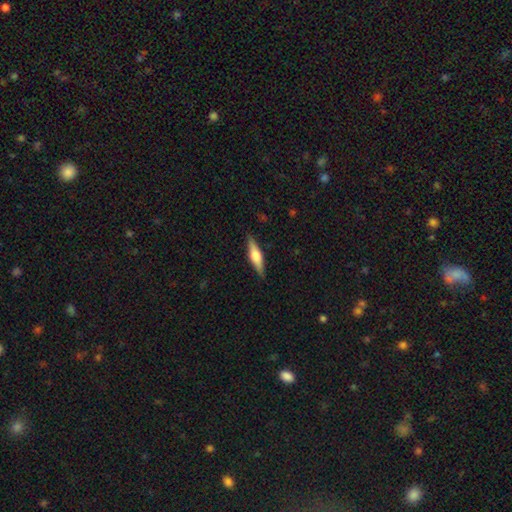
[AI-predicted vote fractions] smooth_or_featured: featured or disk (p=0.56) [alt: smooth p=0.38]
disk_edge_on: yes (p=0.96) [alt: no p=0.04]
edge_on_bulge: rounded (p=0.90) [alt: boxy p=0.07]
merging: none (p=0.88) [alt: minor disturbance p=0.09]